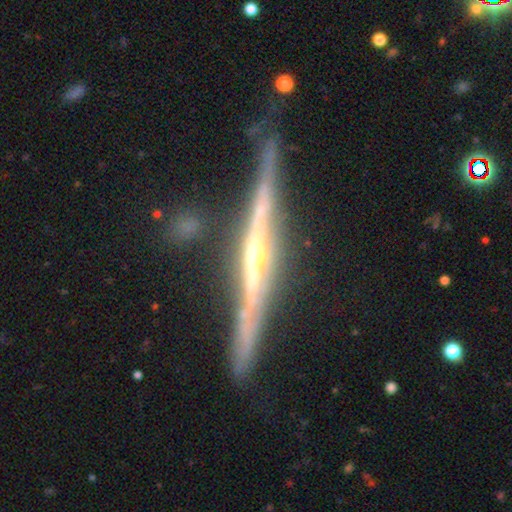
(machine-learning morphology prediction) Overall: featured or disk (88%). Edge-on disk: yes (97%). Edge-on bulge: rounded (65%). Merging: none (80%).